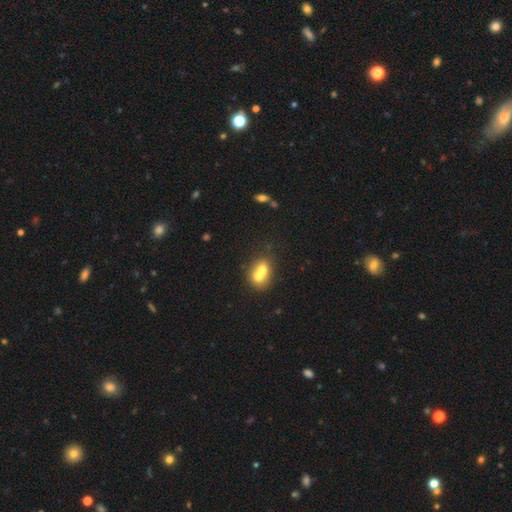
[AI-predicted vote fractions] Smooth or featured?
  - smooth: 66% *
  - star or artifact: 25%
  - featured or disk: 9%
How rounded?
  - in between: 73% *
  - round: 24%
  - cigar-shaped: 3%
Merging?
  - none: 73% *
  - minor disturbance: 14%
  - major disturbance: 7%
  - merger: 6%